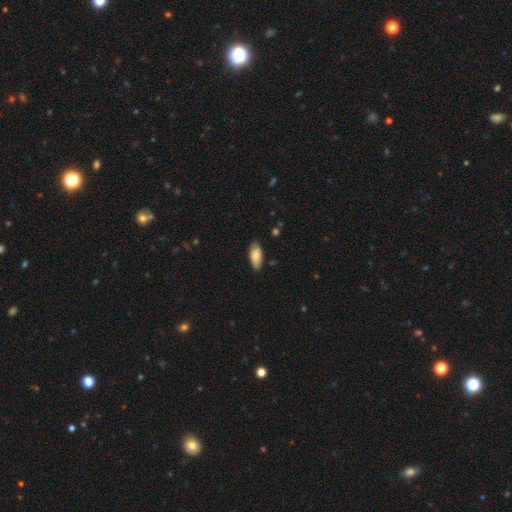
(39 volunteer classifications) This is clearly a smooth galaxy (90%). How rounded: clearly in between (86%). Merging: clearly none (82%).